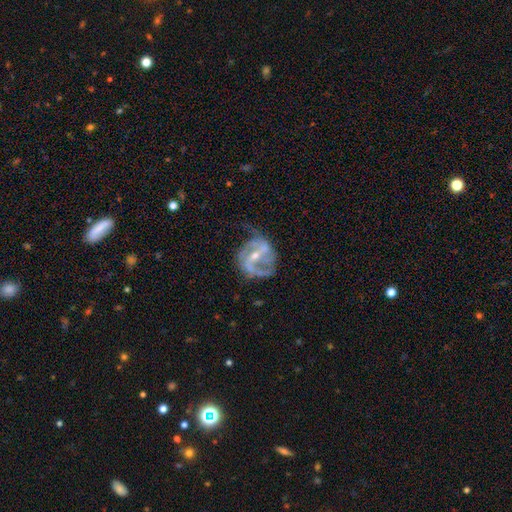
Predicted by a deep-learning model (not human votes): The model was most divided on "bar": strong: 48%, weak: 38%, no: 14%. Remaining: edge-on disk — no (97%); spiral arms — yes (93%); smooth or featured — featured or disk (88%); spiral arm count — 2 (76%); bulge size — small (54%); merging — none (54%); spiral winding — medium (47%).